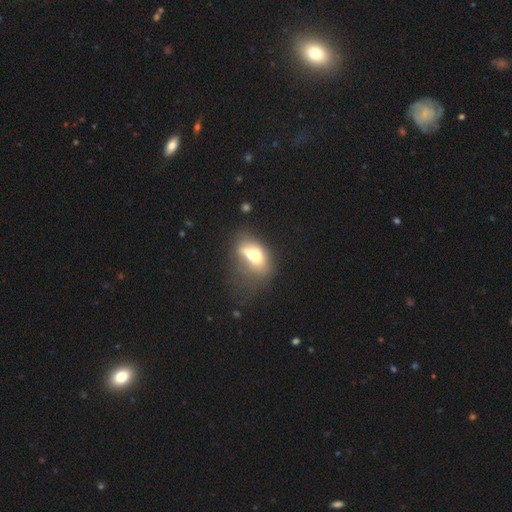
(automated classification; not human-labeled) A smooth galaxy with no disk features (48%).

Vote fractions:
- Smooth or featured? smooth: 48% / featured or disk: 41% / star or artifact: 12%
- Merging? merger: 31% / none: 30% / major disturbance: 22% / minor disturbance: 17%